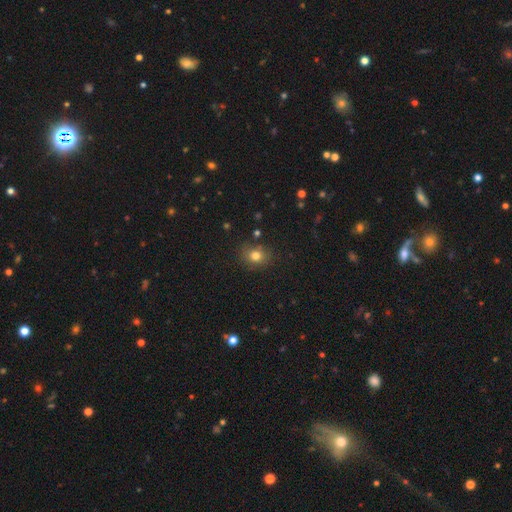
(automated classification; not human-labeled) Q: Smooth or featured?
A: smooth (79%); runner-up: star or artifact (13%)
Q: How rounded?
A: round (55%); runner-up: in between (44%)
Q: Merging?
A: none (81%); runner-up: minor disturbance (12%)